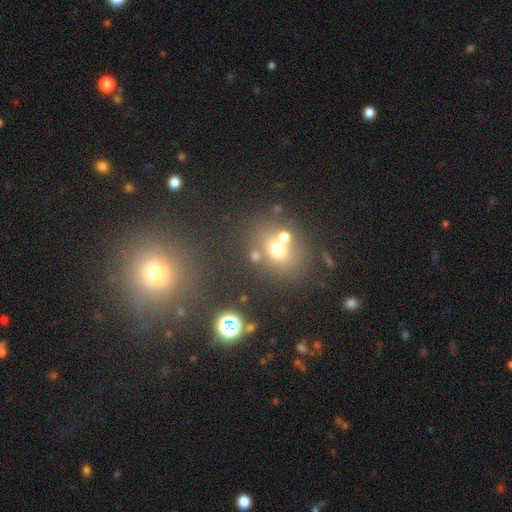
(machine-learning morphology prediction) smooth 61%, star or artifact 23%, featured or disk 16%. Down the decision tree: how rounded — round (65%); merging — none (57%).